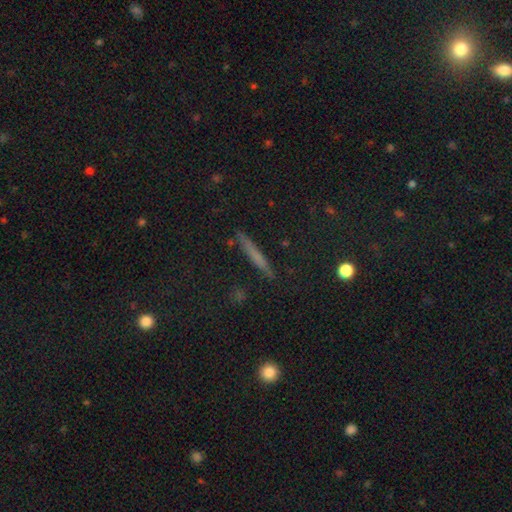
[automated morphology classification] The model was most divided on "smooth or featured": smooth: 52%, featured or disk: 37%, star or artifact: 12%. More confident: how rounded — cigar-shaped (93%); merging — none (88%).